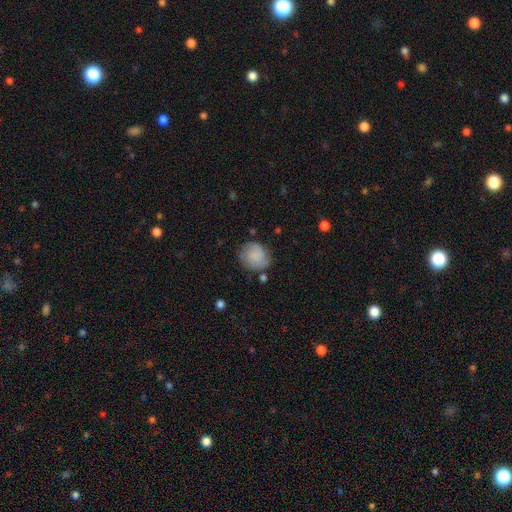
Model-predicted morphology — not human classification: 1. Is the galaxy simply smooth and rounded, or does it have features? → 72% smooth, 20% featured or disk, 8% star or artifact.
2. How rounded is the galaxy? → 76% round, 23% in between, 1% cigar-shaped.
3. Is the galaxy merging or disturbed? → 68% none, 21% minor disturbance, 7% major disturbance, 3% merger.